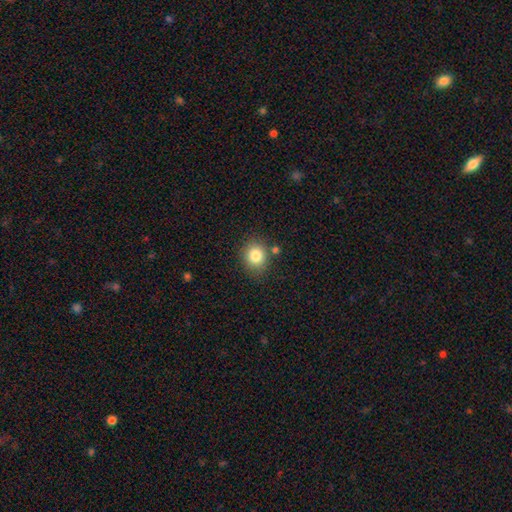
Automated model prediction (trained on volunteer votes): Smooth or featured? smooth (83%)
How rounded? round (74%)
Merging? none (79%)